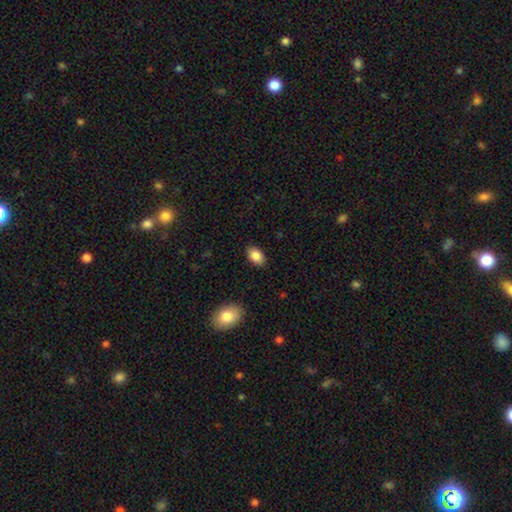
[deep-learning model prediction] Overall: smooth (86%). How rounded: in between (90%). Merging: none (88%).